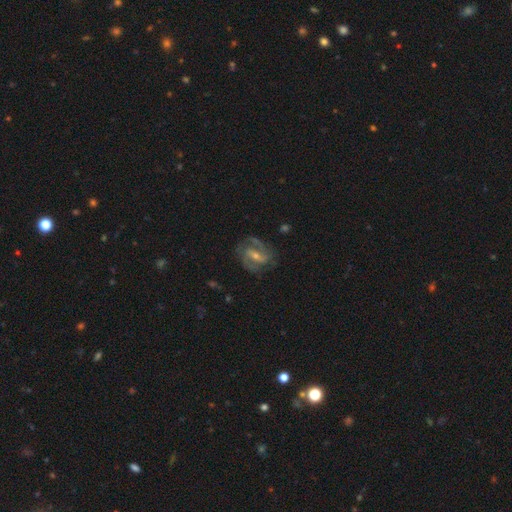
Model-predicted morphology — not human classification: This appears to be a featured or disk galaxy (84%) with a weak bar (45%), 2 (70%) medium (50%) spiral arms (95%) and a small central bulge (51%). Merging: none (77%).